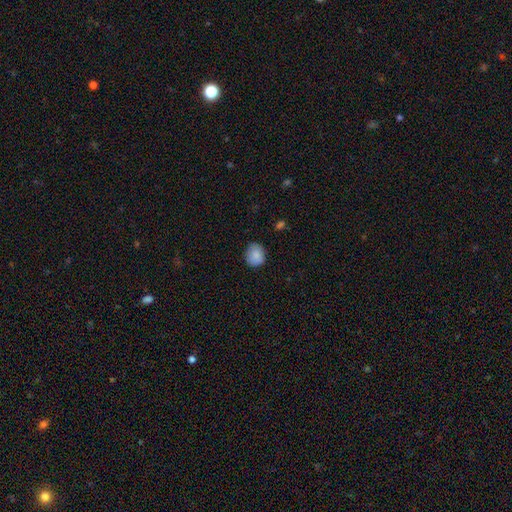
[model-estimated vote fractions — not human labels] The model was most divided on "how rounded": round: 75%, in between: 24%, cigar-shaped: 1%. More confident: smooth or featured — smooth (85%); merging — none (81%).